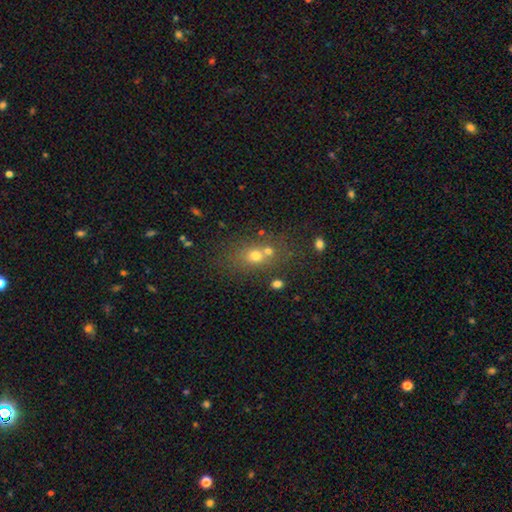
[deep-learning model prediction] This appears to be a smooth galaxy with no disk features (64%) that is round (54%). Merging: none (52%).